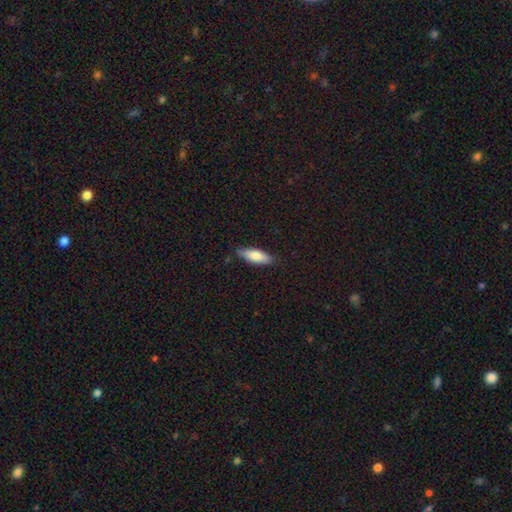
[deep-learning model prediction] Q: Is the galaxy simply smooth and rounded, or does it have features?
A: smooth — 77%.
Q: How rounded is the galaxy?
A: in between — 66%.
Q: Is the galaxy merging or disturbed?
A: none — 80%.